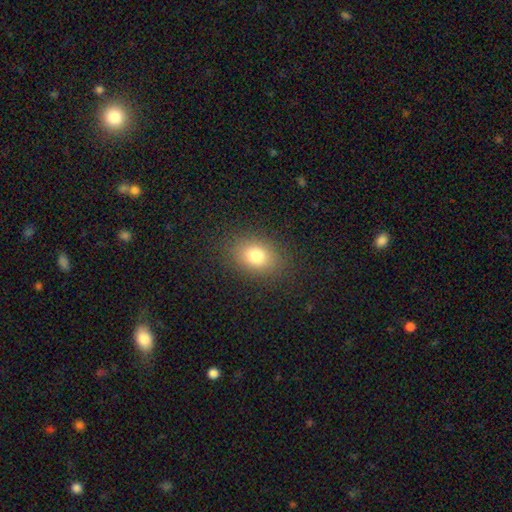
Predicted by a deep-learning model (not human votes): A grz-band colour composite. It shows a smooth galaxy with no disk features (78%) that is in between round and cigar-shaped (68%). Merging: none (86%).